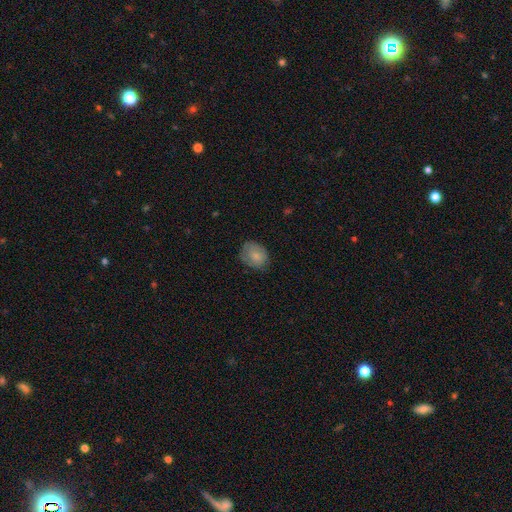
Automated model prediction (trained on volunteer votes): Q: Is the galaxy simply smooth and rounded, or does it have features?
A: smooth — 75%.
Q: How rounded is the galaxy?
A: in between — 51%.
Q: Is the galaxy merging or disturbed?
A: none — 70%.